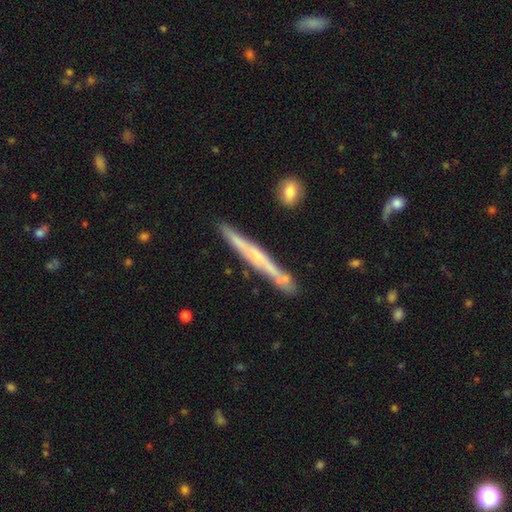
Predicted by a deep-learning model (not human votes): A featured or disk galaxy (64%) viewed edge-on (95%) with no central bulge (48%). Merging: none (80%).